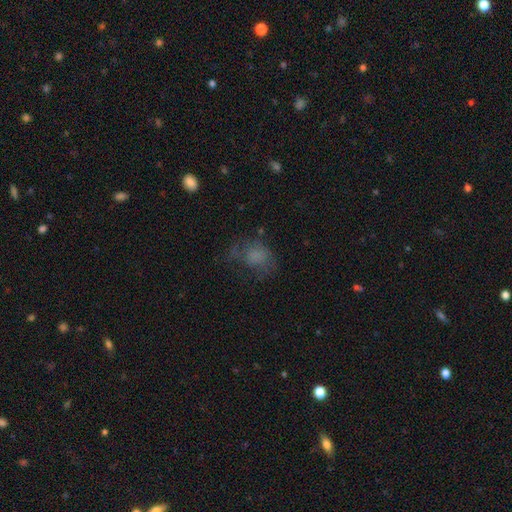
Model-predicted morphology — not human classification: smooth_or_featured: smooth (p=0.61) [alt: featured or disk p=0.22]
how_rounded: in between (p=0.49) [tied with: round p=0.49]
merging: none (p=0.42) [alt: major disturbance p=0.32]